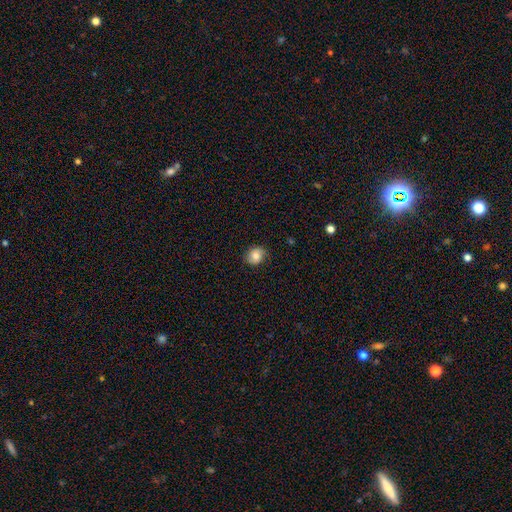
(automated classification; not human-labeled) A smooth galaxy with no disk features (80%) that is round (60%).

Vote fractions:
- Smooth or featured? smooth: 80% / featured or disk: 11% / star or artifact: 9%
- How rounded? round: 60% / in between: 39% / cigar-shaped: 1%
- Merging? none: 83% / minor disturbance: 13% / major disturbance: 3% / merger: 1%